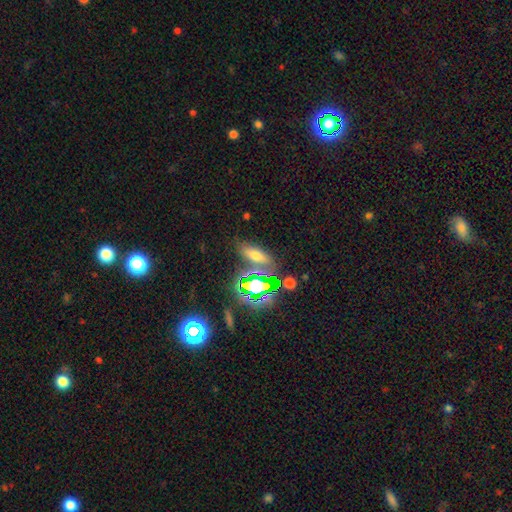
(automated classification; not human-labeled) smooth_or_featured: smooth (p=0.54) [alt: star or artifact p=0.31]
how_rounded: in between (p=0.64) [alt: cigar-shaped p=0.25]
merging: none (p=0.75) [alt: minor disturbance p=0.12]